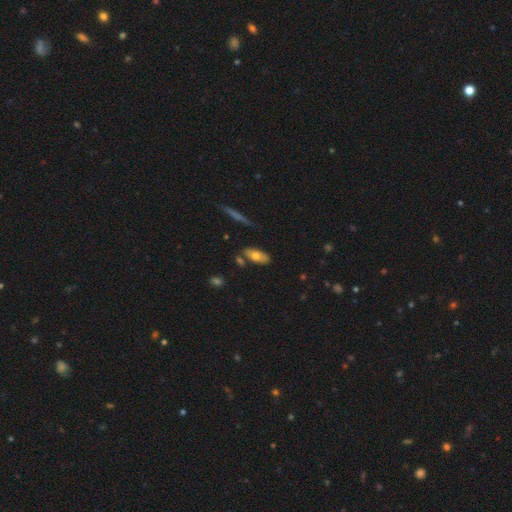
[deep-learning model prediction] This appears to be a smooth galaxy with no disk features (68%) that is in between round and cigar-shaped (86%). Merging: none (72%).